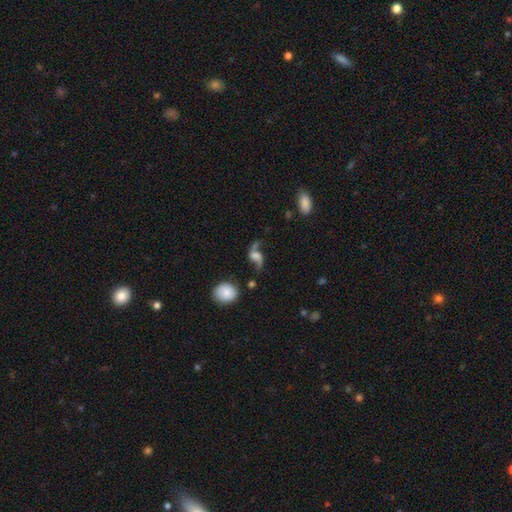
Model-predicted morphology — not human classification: Smooth or featured? Predicted: featured or disk (p=0.70). Edge-on disk? Predicted: no (p=0.95). Bar? Predicted: no (p=0.54). Spiral arms? Predicted: yes (p=0.92). Spiral winding? Predicted: loose (p=0.88). Spiral arm count? Predicted: 2 (p=0.91). Bulge size? Predicted: none (p=0.26). Merging? Predicted: none (p=0.55).